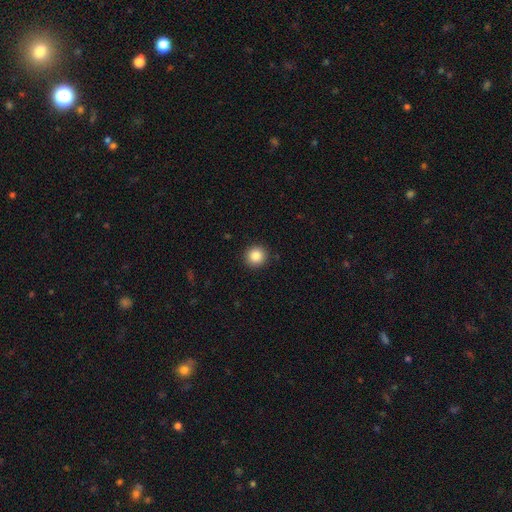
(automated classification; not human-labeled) Smooth or featured?
  - smooth: 85% *
  - star or artifact: 10%
  - featured or disk: 5%
How rounded?
  - round: 94% *
  - in between: 5%
  - cigar-shaped: 1%
Merging?
  - none: 92% *
  - minor disturbance: 5%
  - major disturbance: 2%
  - merger: 1%